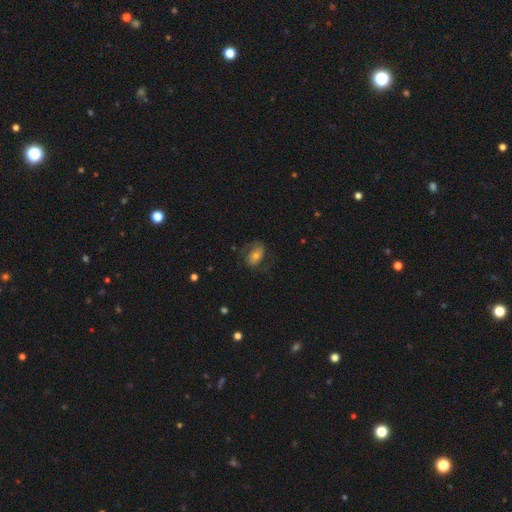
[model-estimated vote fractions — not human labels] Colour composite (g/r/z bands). It shows a smooth galaxy with no disk features (47%). Merging: none (57%).